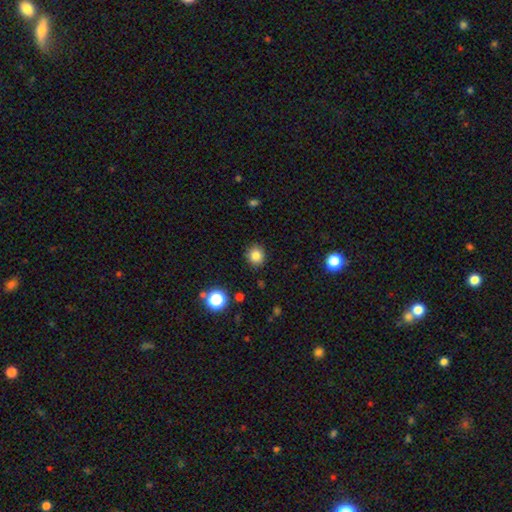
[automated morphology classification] type=smooth (83%); roundness=round (87%); merging=none (89%).